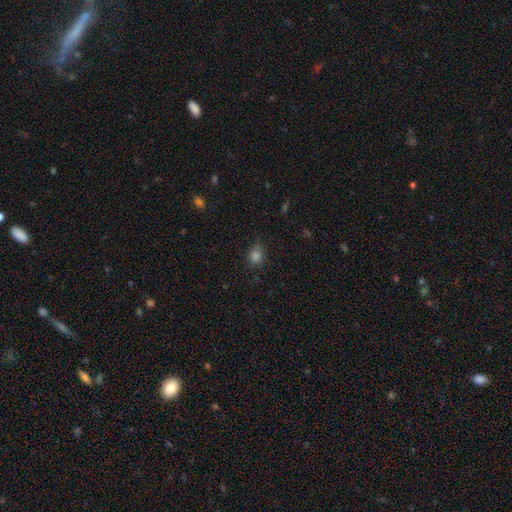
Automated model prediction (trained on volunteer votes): Morphology: type=smooth (79%); roundness=round (56%); merging=none (70%).